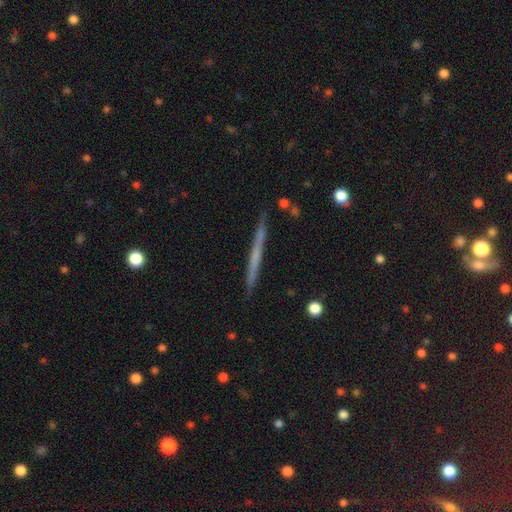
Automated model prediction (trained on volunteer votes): Smooth or featured? Predicted: featured or disk (p=0.52). Edge-on disk? Predicted: yes (p=0.97). Edge-on bulge? Predicted: none (p=0.89). Merging? Predicted: none (p=0.91).